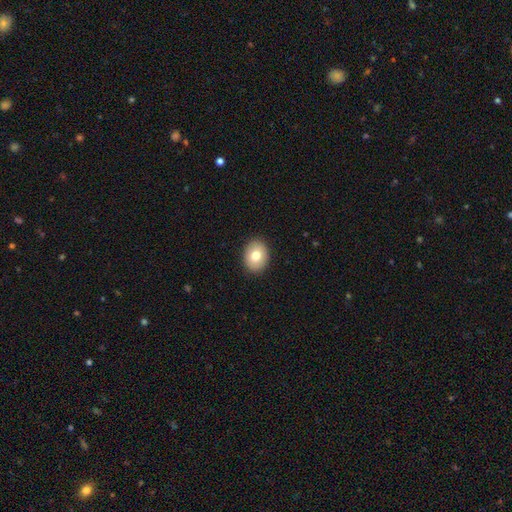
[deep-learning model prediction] Smooth or featured? Predicted: smooth (p=0.78). How rounded? Predicted: in between (p=0.58). Merging? Predicted: none (p=0.90).